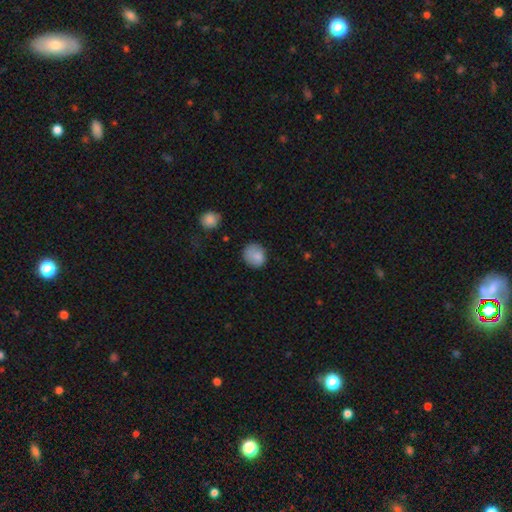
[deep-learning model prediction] Morphology: type=smooth (83%); roundness=round (74%); merging=none (73%).